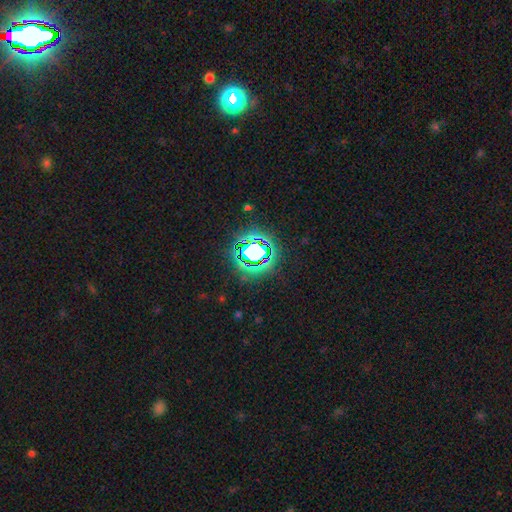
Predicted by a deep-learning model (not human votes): Smooth or featured? Predicted: star or artifact (p=0.79).